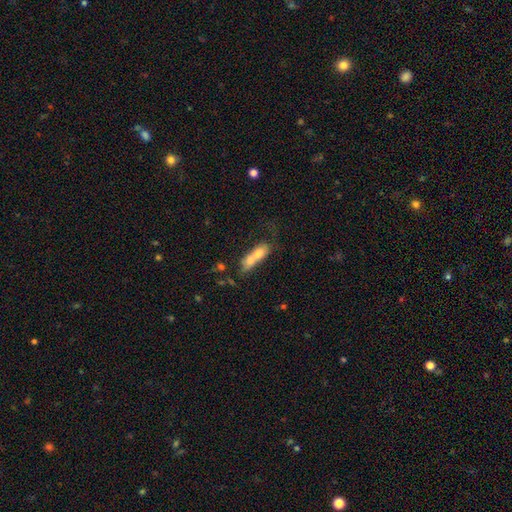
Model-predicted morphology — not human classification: This appears to be a smooth galaxy with no disk features (64%) that is in between round and cigar-shaped (61%). Merging: merger (68%).